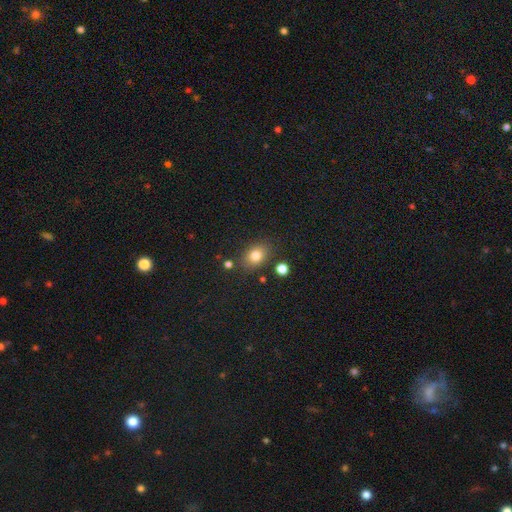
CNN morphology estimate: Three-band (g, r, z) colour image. It shows a smooth galaxy with no disk features (79%) that is in between round and cigar-shaped (64%). Merging: none (80%).